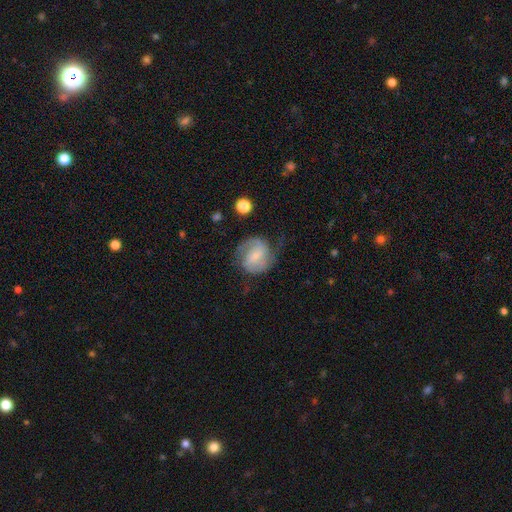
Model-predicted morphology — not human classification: This is likely a featured or disk galaxy (70%). It is clearly not viewed edge-on (98%). Bar: possibly weak (46%). Spiral arm pattern: clearly yes (92%). Spiral arm count: clearly 2 (83%). Spiral winding: possibly medium (48%). Central bulge: likely small (62%). Merging: likely none (60%).